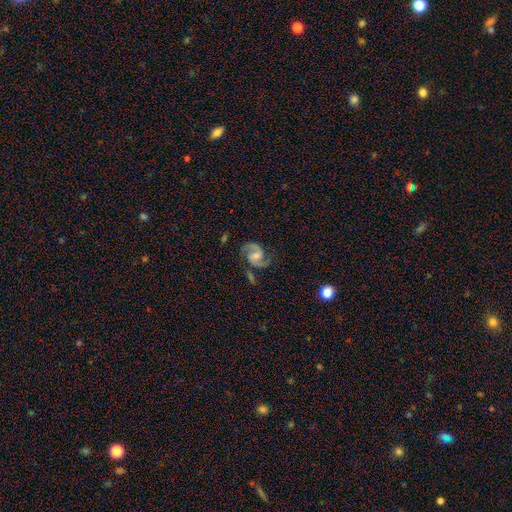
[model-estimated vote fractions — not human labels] Smooth or featured? Predicted: featured or disk (p=0.90). Edge-on disk? Predicted: no (p=0.98). Bar? Predicted: weak (p=0.44, tied with no). Spiral arms? Predicted: yes (p=0.98). Spiral winding? Predicted: medium (p=0.61). Spiral arm count? Predicted: 2 (p=0.94). Bulge size? Predicted: small (p=0.41). Merging? Predicted: none (p=0.75).